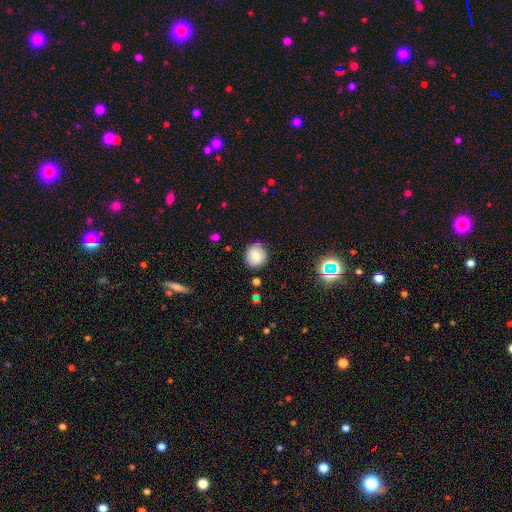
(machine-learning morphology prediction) Q: Smooth or featured?
A: smooth (69%); runner-up: featured or disk (19%)
Q: How rounded?
A: round (87%); runner-up: in between (12%)
Q: Merging?
A: none (80%); runner-up: minor disturbance (15%)